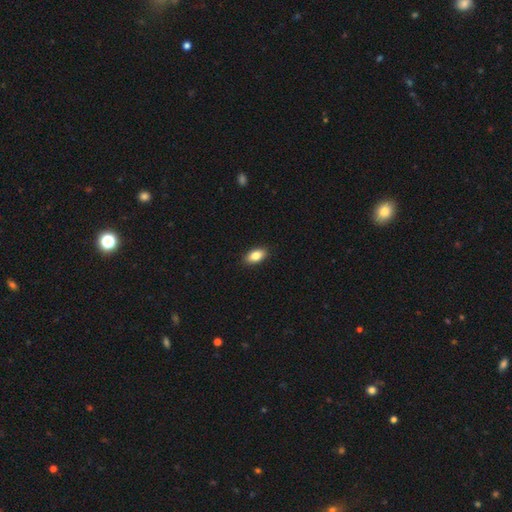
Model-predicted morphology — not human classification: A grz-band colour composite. It shows a smooth galaxy with no disk features (84%) that is in between round and cigar-shaped (91%). Merging: none (90%).